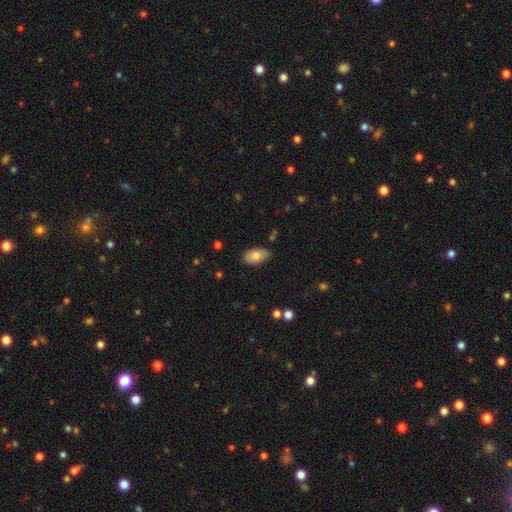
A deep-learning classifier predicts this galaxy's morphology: This is likely a smooth galaxy (78%). How rounded: clearly in between (94%). Merging: clearly none (81%).